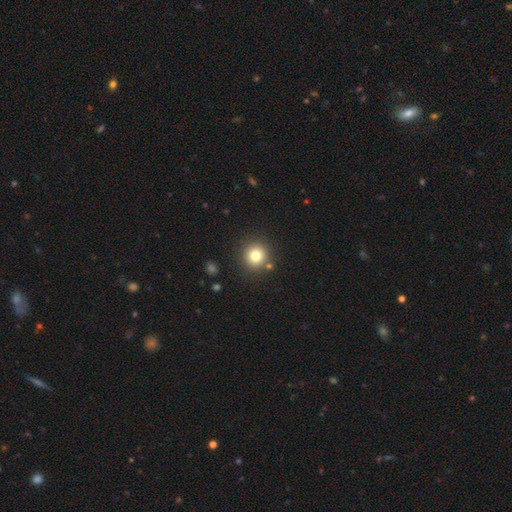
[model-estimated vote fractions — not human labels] This appears to be a smooth galaxy with no disk features (79%) that is round (92%). Merging: none (85%).